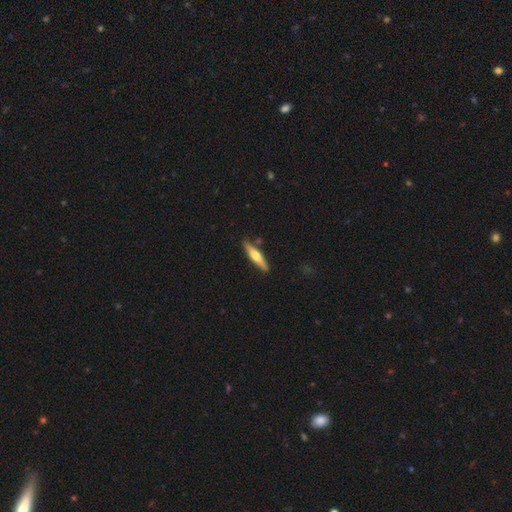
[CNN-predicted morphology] A featured or disk galaxy (49%).

Vote fractions:
- Smooth or featured? featured or disk: 49% / smooth: 46% / star or artifact: 5%
- Merging? none: 85% / minor disturbance: 10% / merger: 3% / major disturbance: 2%